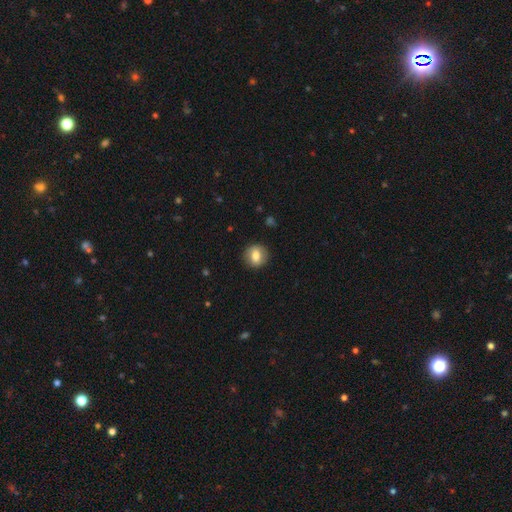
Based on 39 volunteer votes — Overall: smooth (82%). How rounded: round (66%). Merging: none (86%).